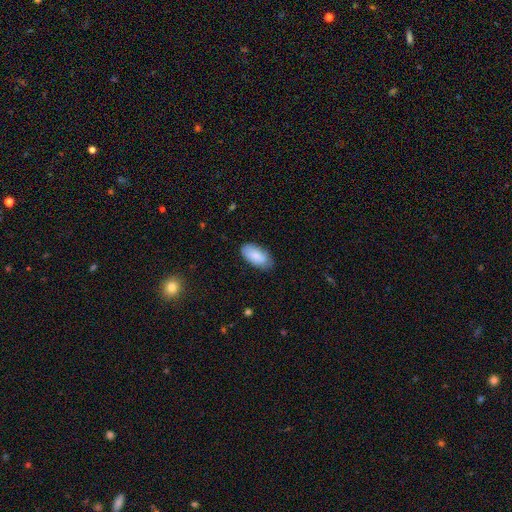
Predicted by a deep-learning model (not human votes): Smooth or featured: smooth — 84% (featured or disk — 10%)
How rounded: in between — 94% (cigar-shaped — 4%)
Merging: none — 77% (minor disturbance — 18%)